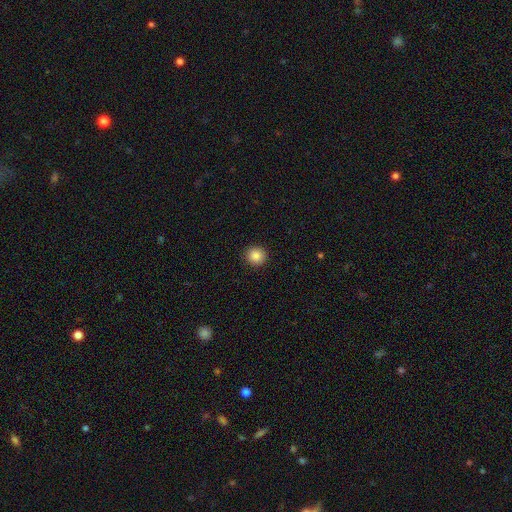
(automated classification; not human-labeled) smooth 86%, star or artifact 10%, featured or disk 4%. Down the decision tree: how rounded — round (93%); merging — none (93%).